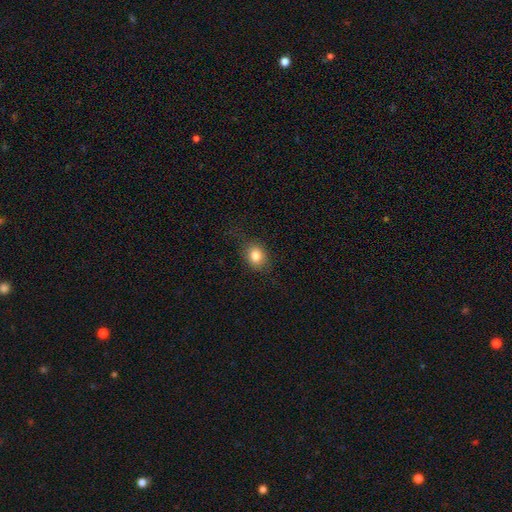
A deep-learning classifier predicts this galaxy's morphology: Smooth or featured? Predicted: smooth (p=0.81). How rounded? Predicted: round (p=0.57). Merging? Predicted: none (p=0.77).